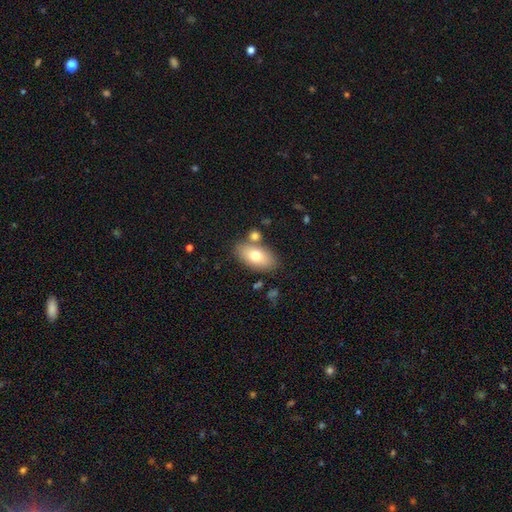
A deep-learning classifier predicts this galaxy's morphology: This appears to be a smooth galaxy with no disk features (72%) that is in between round and cigar-shaped (92%). Merging: none (75%).